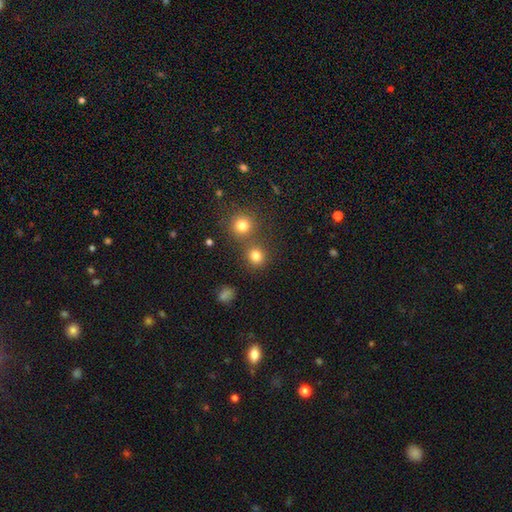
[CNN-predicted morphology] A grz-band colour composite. It shows a smooth galaxy with no disk features (80%) that is round (86%). Merging: none (69%).